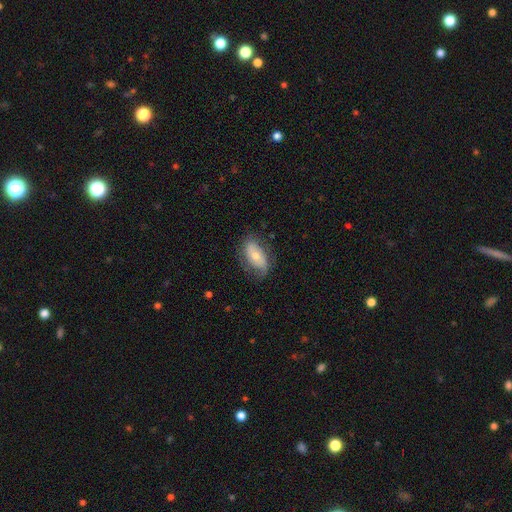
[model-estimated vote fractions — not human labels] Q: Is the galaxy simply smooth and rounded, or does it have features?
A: smooth — 55%.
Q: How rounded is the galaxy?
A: in between — 90%.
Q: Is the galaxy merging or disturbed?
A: none — 67%.